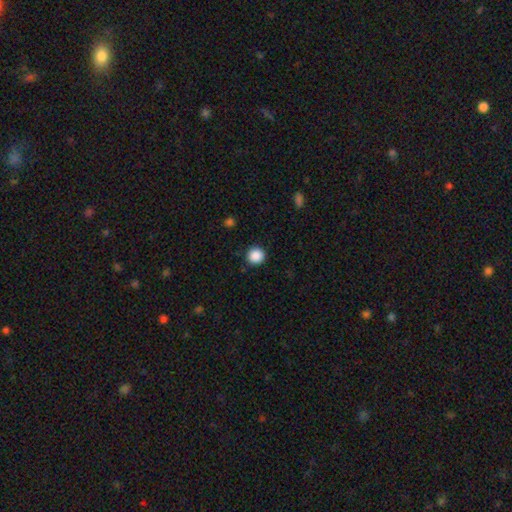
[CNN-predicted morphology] Smooth or featured?
  - smooth: 88% *
  - star or artifact: 10%
  - featured or disk: 2%
How rounded?
  - round: 95% *
  - in between: 4%
  - cigar-shaped: 1%
Merging?
  - none: 91% *
  - minor disturbance: 5%
  - major disturbance: 2%
  - merger: 1%